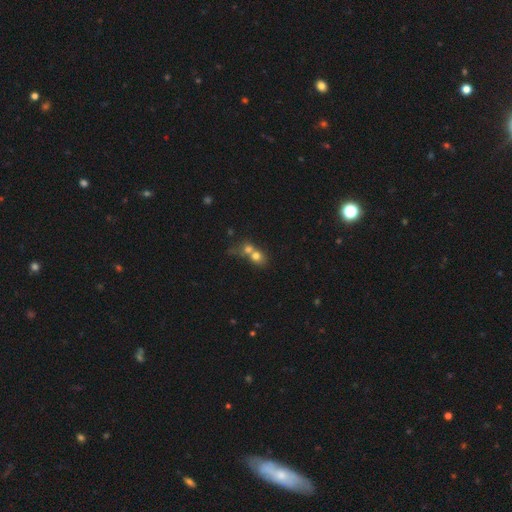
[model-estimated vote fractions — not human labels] Overall: smooth (68%). How rounded: round (70%). Merging: merger (68%).